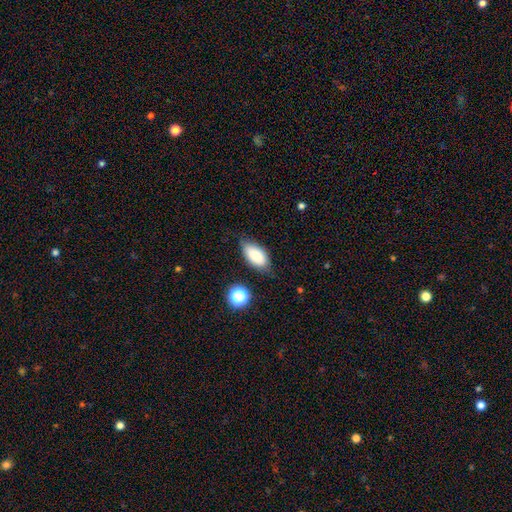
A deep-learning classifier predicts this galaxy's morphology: A smooth galaxy with no disk features (85%) that is in between round and cigar-shaped (91%). Merging: none (73%).